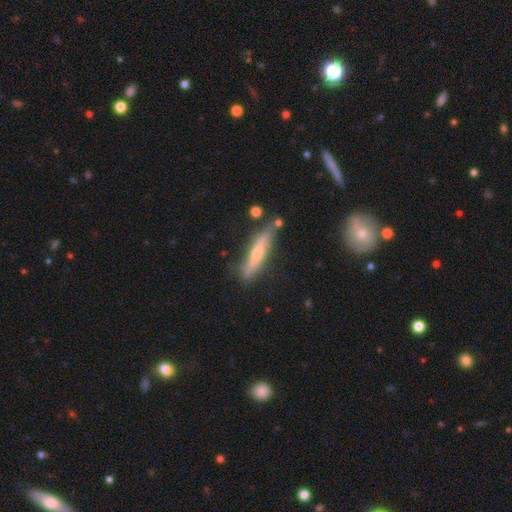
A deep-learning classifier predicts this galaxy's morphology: Smooth or featured?
  - featured or disk: 54% *
  - smooth: 41%
  - star or artifact: 6%
Edge-on disk?
  - yes: 86% *
  - no: 14%
Merging?
  - none: 69% *
  - minor disturbance: 20%
  - merger: 6%
  - major disturbance: 5%